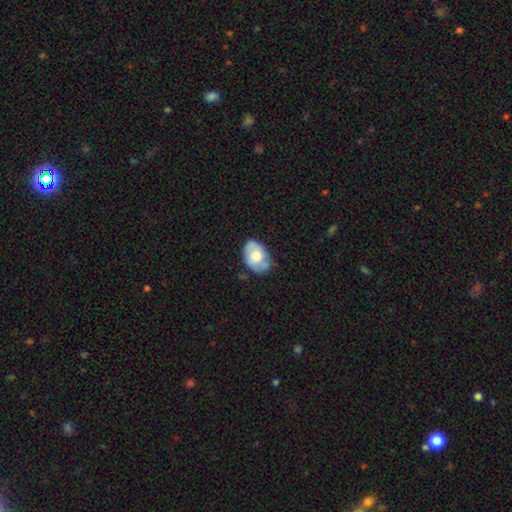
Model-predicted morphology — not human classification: This appears to be a smooth galaxy with no disk features (63%) that is in between round and cigar-shaped (86%). Merging: none (64%).